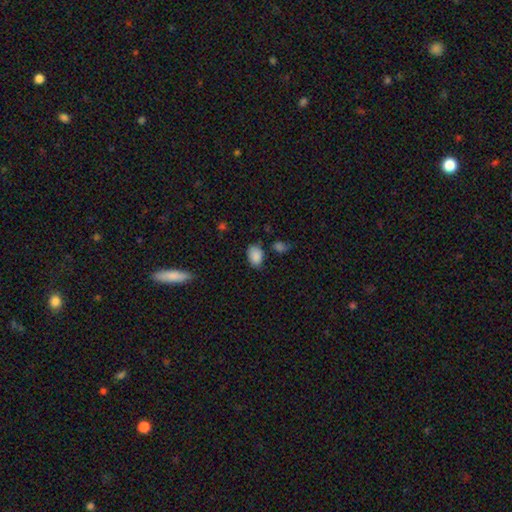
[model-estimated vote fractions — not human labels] Morphology: type=smooth (87%); roundness=in between (84%); merging=none (70%).